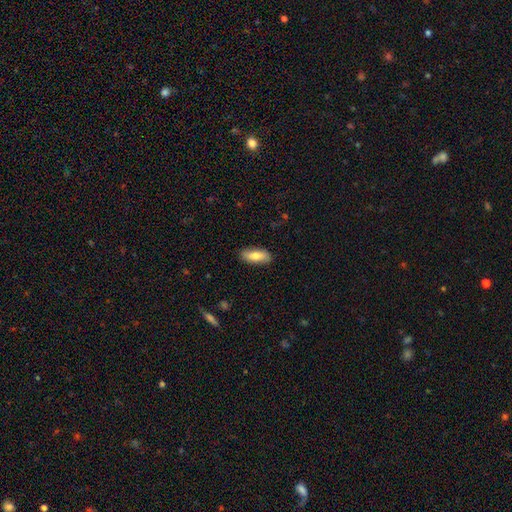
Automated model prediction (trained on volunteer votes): smooth 77%, featured or disk 17%, star or artifact 6%. Down the decision tree: how rounded — in between (80%); merging — none (87%).